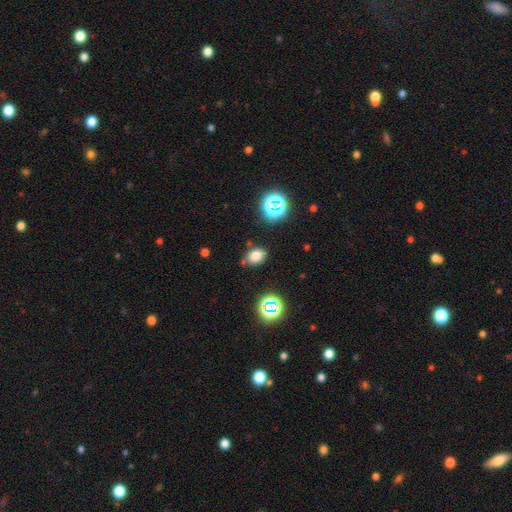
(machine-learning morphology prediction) Smooth or featured? smooth (75%)
How rounded? in between (68%)
Merging? none (76%)